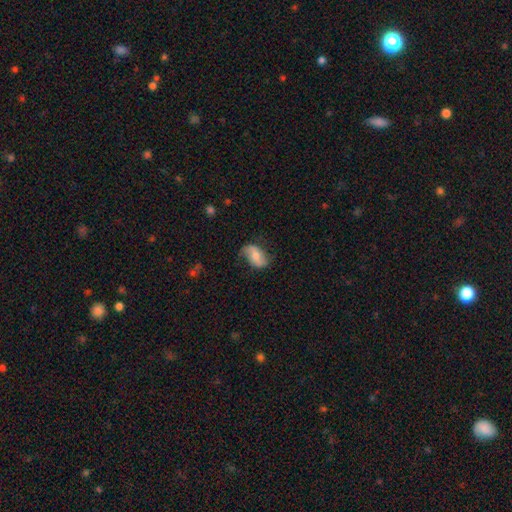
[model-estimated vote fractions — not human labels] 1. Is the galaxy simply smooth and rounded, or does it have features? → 47% smooth, 46% featured or disk, 7% star or artifact.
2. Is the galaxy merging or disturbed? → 64% none, 26% minor disturbance, 9% major disturbance, 2% merger.